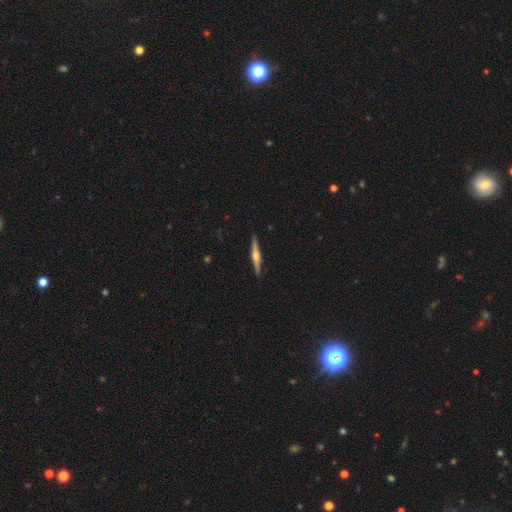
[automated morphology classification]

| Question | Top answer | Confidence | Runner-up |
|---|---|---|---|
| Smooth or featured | featured or disk | 76% | smooth (19%) |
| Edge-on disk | yes | 98% | no (2%) |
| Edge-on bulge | rounded | 91% | boxy (6%) |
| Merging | none | 91% | minor disturbance (6%) |